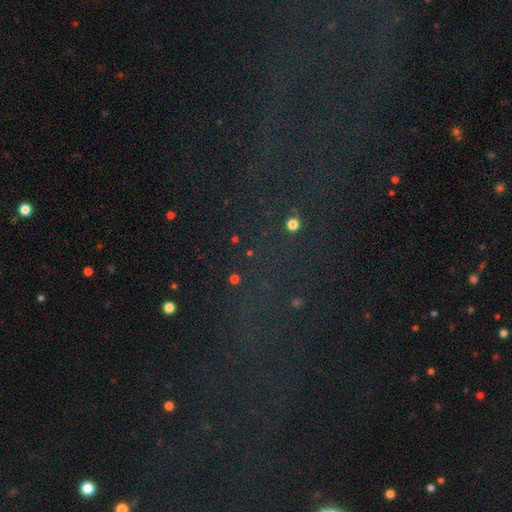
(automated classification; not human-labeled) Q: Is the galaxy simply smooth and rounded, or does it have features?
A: star or artifact — 73%.